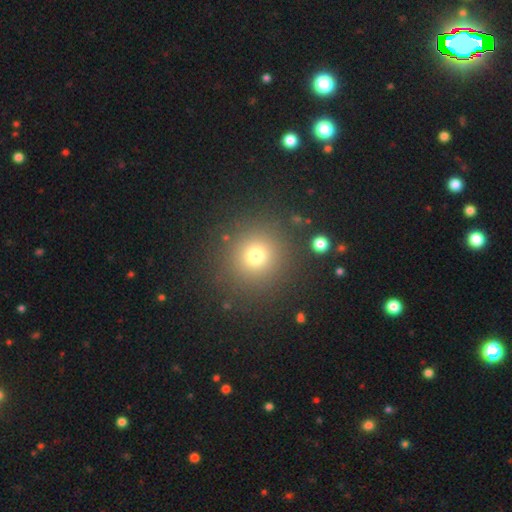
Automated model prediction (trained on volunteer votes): Smooth or featured? smooth (72%)
How rounded? round (93%)
Merging? none (87%)